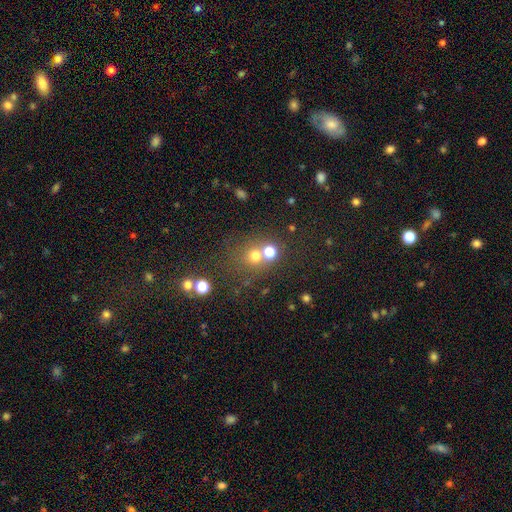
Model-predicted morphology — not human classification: This is likely a smooth galaxy (65%). How rounded: clearly round (86%). Merging: possibly none (59%).